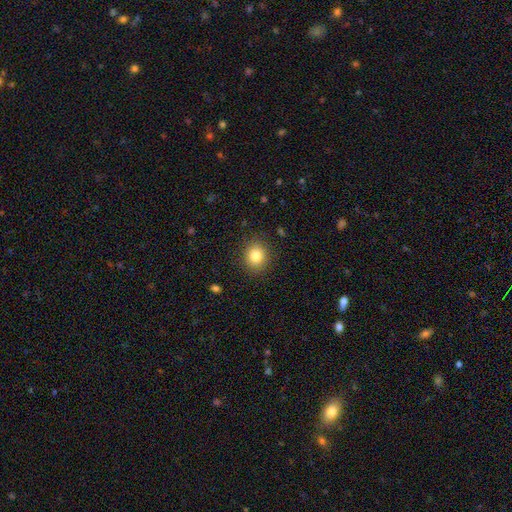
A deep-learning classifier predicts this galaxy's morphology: Smooth or featured?
  - smooth: 83% *
  - star or artifact: 10%
  - featured or disk: 7%
How rounded?
  - round: 69% *
  - in between: 30%
  - cigar-shaped: 1%
Merging?
  - none: 87% *
  - minor disturbance: 9%
  - major disturbance: 3%
  - merger: 1%